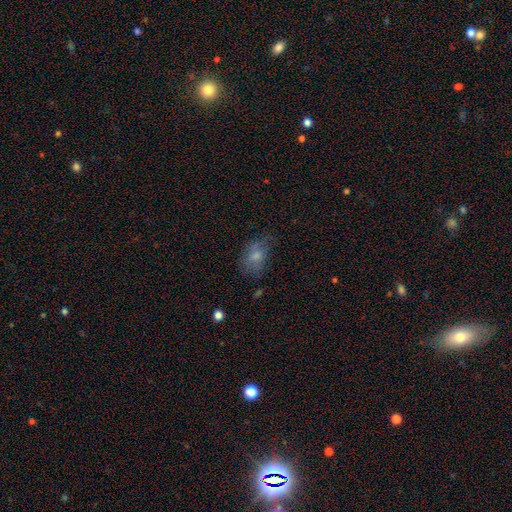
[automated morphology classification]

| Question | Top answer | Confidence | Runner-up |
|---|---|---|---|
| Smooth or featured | smooth | 70% | featured or disk (20%) |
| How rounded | in between | 82% | round (17%) |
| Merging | none | 52% | minor disturbance (28%) |